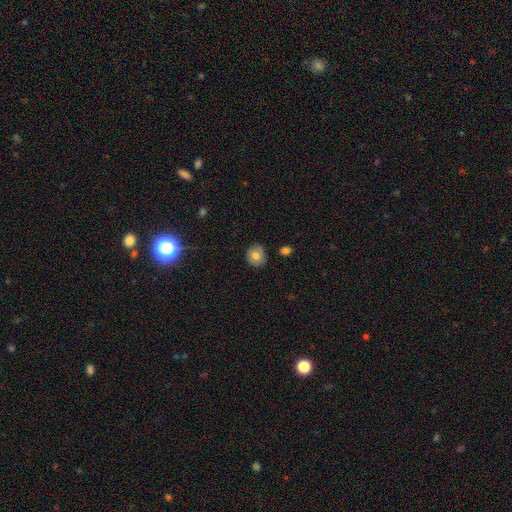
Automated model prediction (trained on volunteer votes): This appears to be a smooth galaxy with no disk features (74%) that is round (83%). Merging: none (82%).